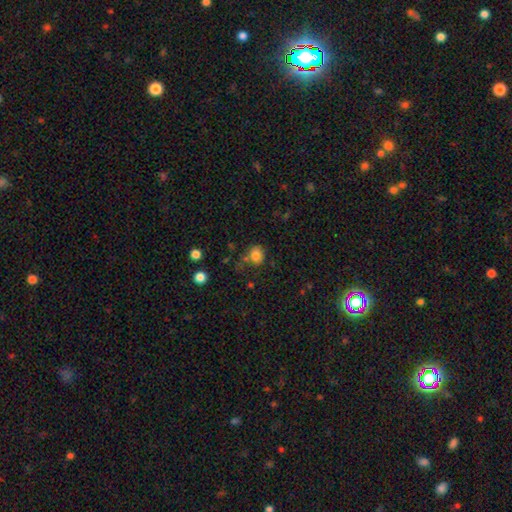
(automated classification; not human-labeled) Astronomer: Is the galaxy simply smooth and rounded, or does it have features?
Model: smooth — 82%.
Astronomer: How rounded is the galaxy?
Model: round — 62%.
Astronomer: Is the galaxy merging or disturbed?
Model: none — 63%.